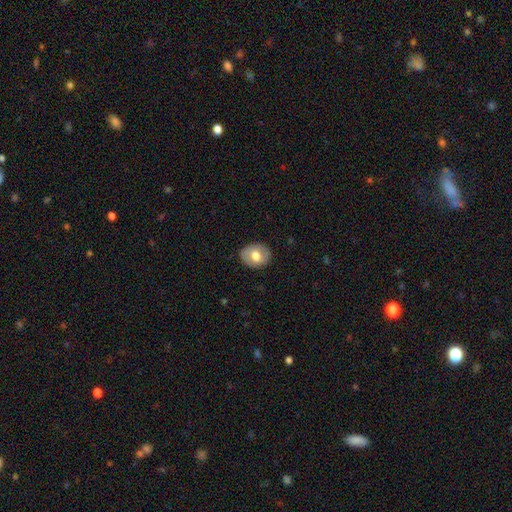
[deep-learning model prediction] This is likely a smooth galaxy (62%). How rounded: possibly in between (55%). Merging: clearly none (85%).